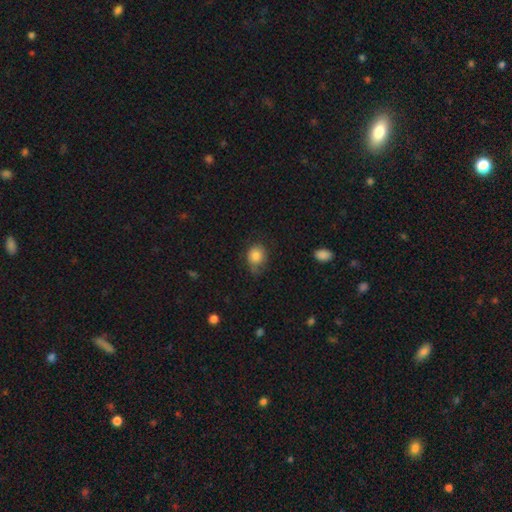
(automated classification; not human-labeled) A smooth galaxy with no disk features (82%) that is round (70%).

Vote fractions:
- Smooth or featured? smooth: 82% / star or artifact: 9% / featured or disk: 9%
- How rounded? round: 70% / in between: 29% / cigar-shaped: 1%
- Merging? none: 60% / minor disturbance: 29% / major disturbance: 10% / merger: 2%